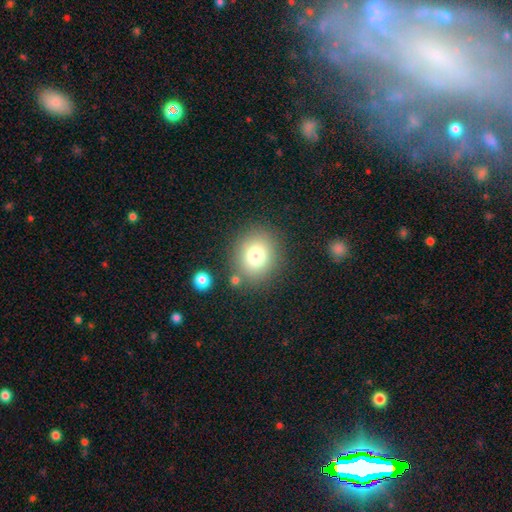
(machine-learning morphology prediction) smooth_or_featured: smooth (p=0.77) [alt: star or artifact p=0.13]
how_rounded: round (p=0.74) [alt: in between p=0.25]
merging: none (p=0.81) [alt: minor disturbance p=0.10]